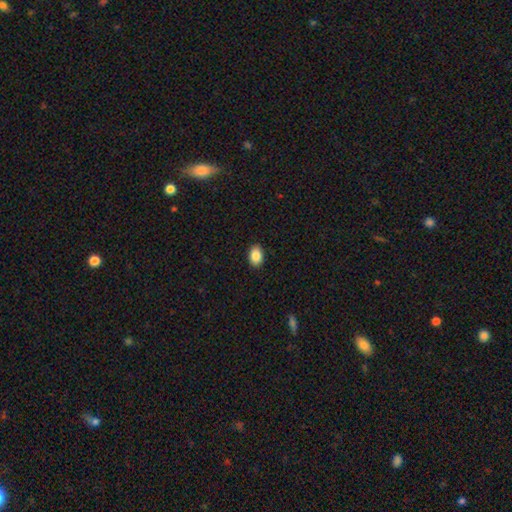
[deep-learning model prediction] This appears to be a smooth galaxy with no disk features (87%) that is in between round and cigar-shaped (82%). Merging: none (90%).